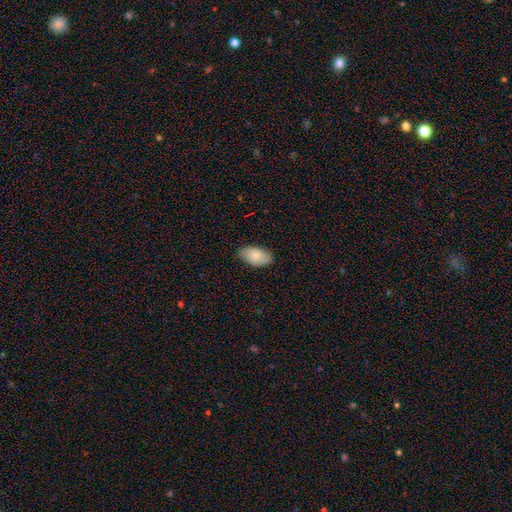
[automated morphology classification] smooth 83%, featured or disk 11%, star or artifact 6%. Down the decision tree: how rounded — in between (95%); merging — none (82%).